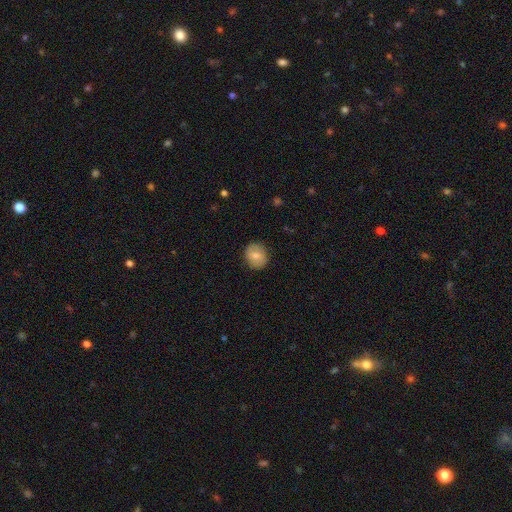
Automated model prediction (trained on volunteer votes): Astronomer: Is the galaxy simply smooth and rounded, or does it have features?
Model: smooth — 71%.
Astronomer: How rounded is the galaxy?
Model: round — 75%.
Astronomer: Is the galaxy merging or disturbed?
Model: none — 87%.